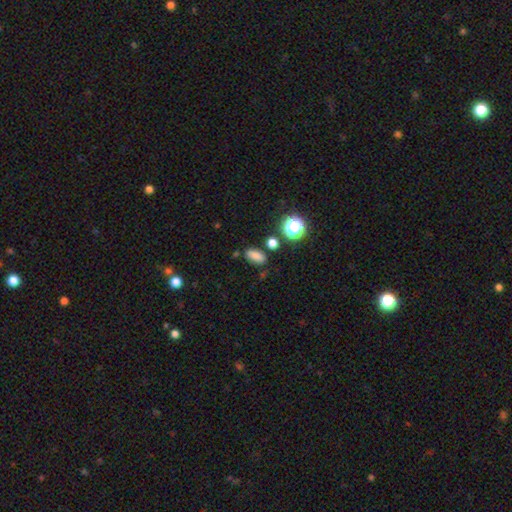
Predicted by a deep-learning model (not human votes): Smooth or featured? smooth (77%)
How rounded? in between (80%)
Merging? none (79%)